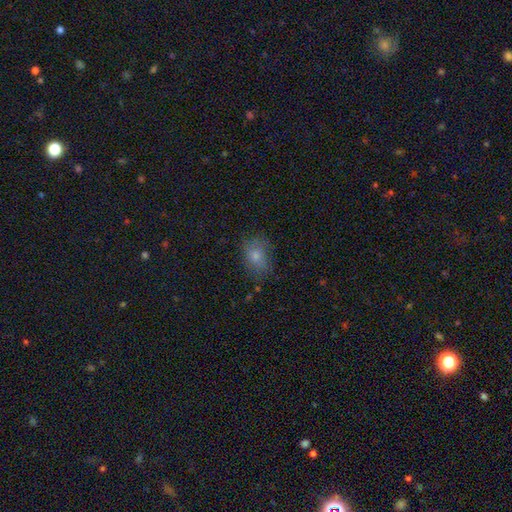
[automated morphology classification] The model was most divided on "how rounded": in between: 61%, round: 37%, cigar-shaped: 2%. More confident: merging — none (70%); smooth or featured — smooth (64%).